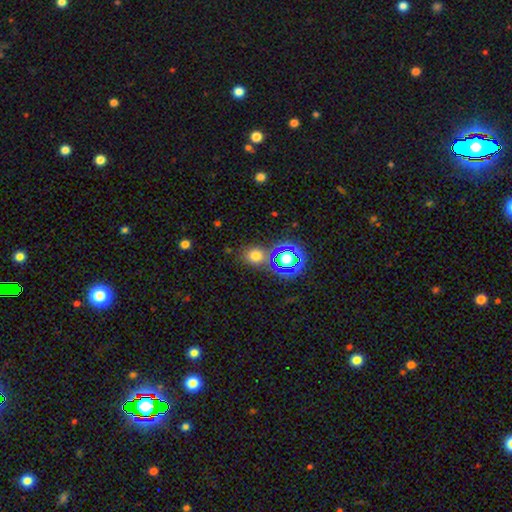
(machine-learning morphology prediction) Smooth or featured? smooth (67%)
How rounded? round (62%)
Merging? none (71%)